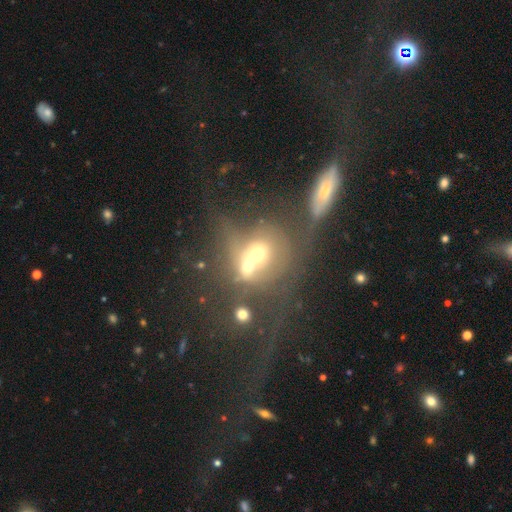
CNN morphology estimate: Q: Smooth or featured?
A: smooth (42%); runner-up: featured or disk (38%)
Q: Merging?
A: merger (64%); runner-up: major disturbance (15%)